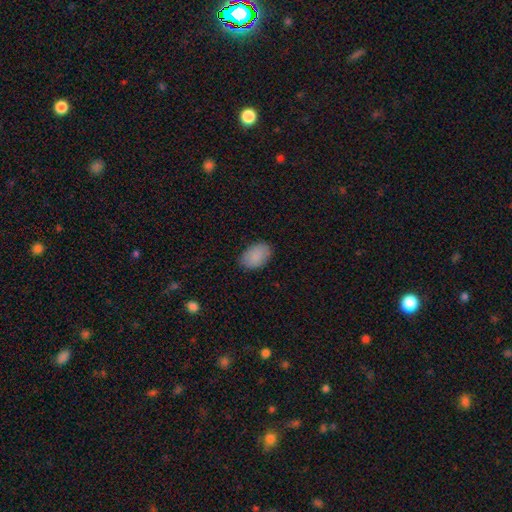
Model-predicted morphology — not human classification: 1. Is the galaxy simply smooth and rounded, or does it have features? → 88% smooth, 7% star or artifact, 5% featured or disk.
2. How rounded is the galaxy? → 89% in between, 10% round, 1% cigar-shaped.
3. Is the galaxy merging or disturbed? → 83% none, 13% minor disturbance, 3% major disturbance, 1% merger.